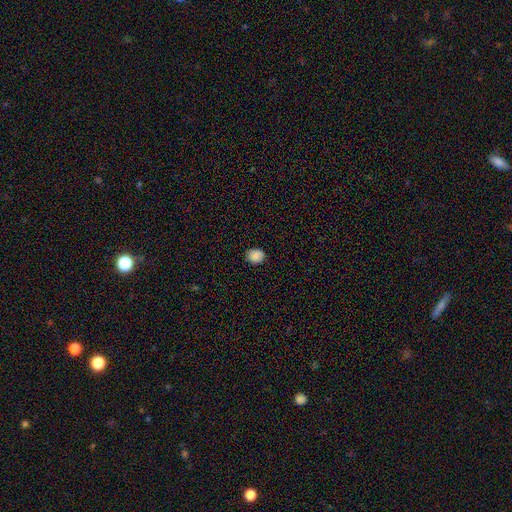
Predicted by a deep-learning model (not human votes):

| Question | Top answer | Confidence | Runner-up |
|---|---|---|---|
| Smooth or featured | smooth | 88% | star or artifact (10%) |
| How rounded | round | 71% | in between (28%) |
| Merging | none | 88% | minor disturbance (9%) |